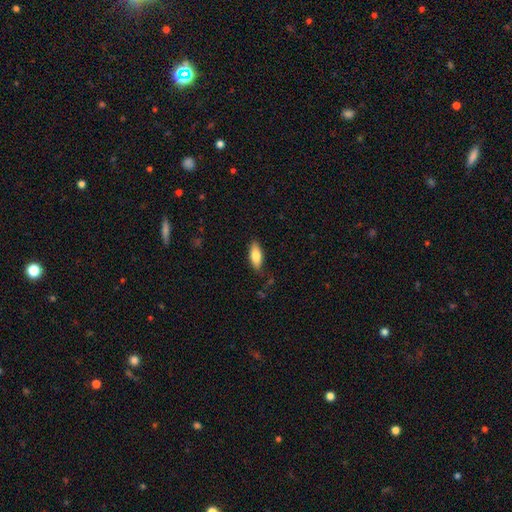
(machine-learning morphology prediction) type=smooth (80%); roundness=in between (75%); merging=none (82%).